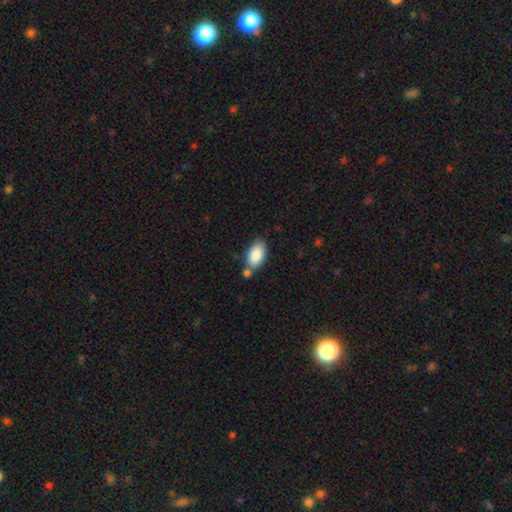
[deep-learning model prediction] Smooth or featured? smooth (86%)
How rounded? in between (94%)
Merging? none (63%)